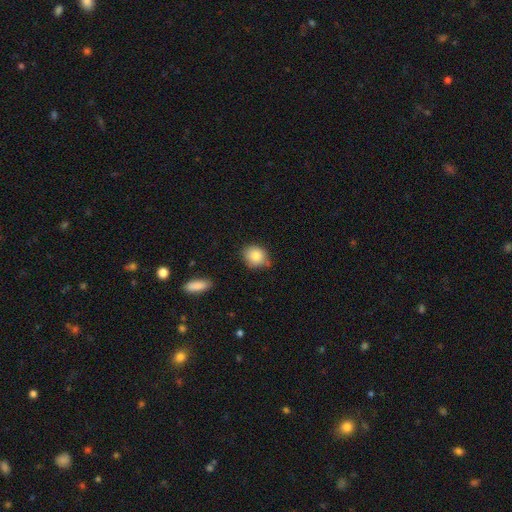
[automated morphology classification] This appears to be a smooth galaxy with no disk features (83%) that is round (69%). Merging: none (71%).